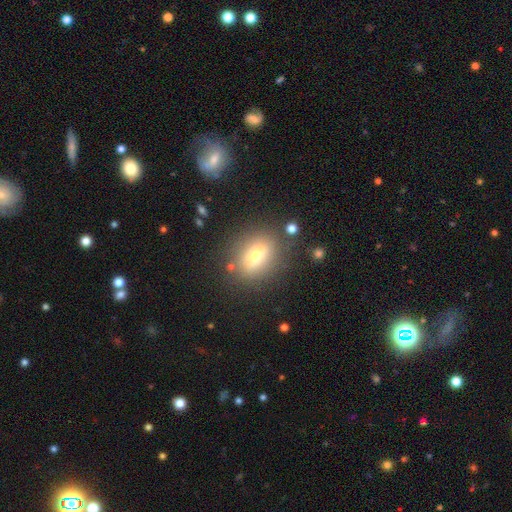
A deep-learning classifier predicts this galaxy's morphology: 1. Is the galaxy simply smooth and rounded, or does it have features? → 71% smooth, 17% featured or disk, 11% star or artifact.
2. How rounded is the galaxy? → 67% in between, 27% round, 6% cigar-shaped.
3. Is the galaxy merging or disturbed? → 79% none, 12% minor disturbance, 5% major disturbance, 4% merger.